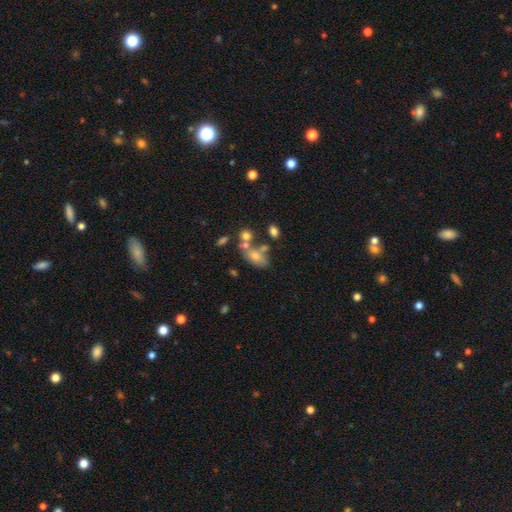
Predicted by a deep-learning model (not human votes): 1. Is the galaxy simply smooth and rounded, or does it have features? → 65% smooth, 23% featured or disk, 12% star or artifact.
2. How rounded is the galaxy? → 83% in between, 11% round, 5% cigar-shaped.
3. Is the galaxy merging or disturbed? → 42% none, 31% merger, 17% minor disturbance, 10% major disturbance.